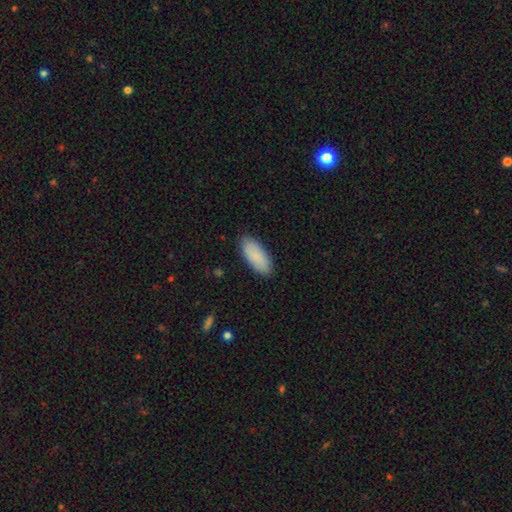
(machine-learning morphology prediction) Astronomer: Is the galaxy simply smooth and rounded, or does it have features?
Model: smooth — 89%.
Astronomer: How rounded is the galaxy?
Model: in between — 84%.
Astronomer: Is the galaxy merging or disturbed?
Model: none — 88%.